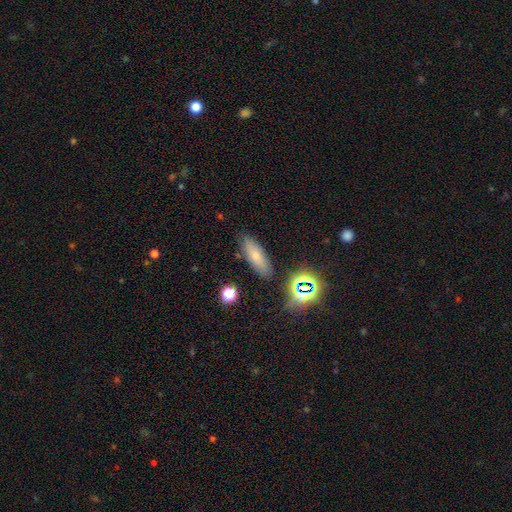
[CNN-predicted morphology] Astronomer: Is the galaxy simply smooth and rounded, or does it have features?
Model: smooth — 68%.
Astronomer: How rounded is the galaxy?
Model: in between — 53% (runner-up: cigar-shaped, 42%).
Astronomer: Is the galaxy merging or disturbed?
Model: none — 84%.